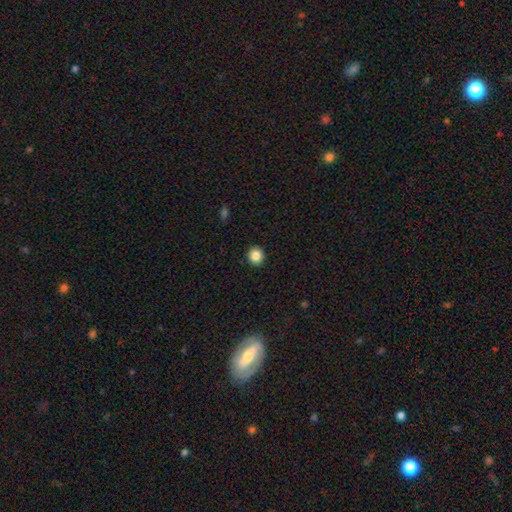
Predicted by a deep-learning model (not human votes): This is clearly a smooth galaxy (86%). How rounded: clearly round (84%). Merging: clearly none (92%).